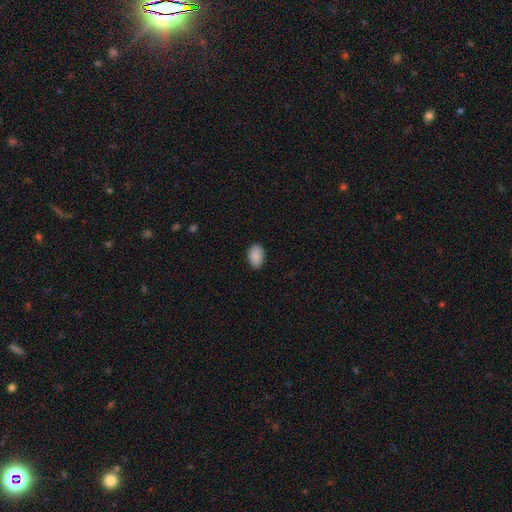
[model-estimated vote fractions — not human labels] smooth_or_featured: smooth (p=0.89) [alt: star or artifact p=0.07]
how_rounded: in between (p=0.86) [alt: round p=0.13]
merging: none (p=0.87) [alt: minor disturbance p=0.10]